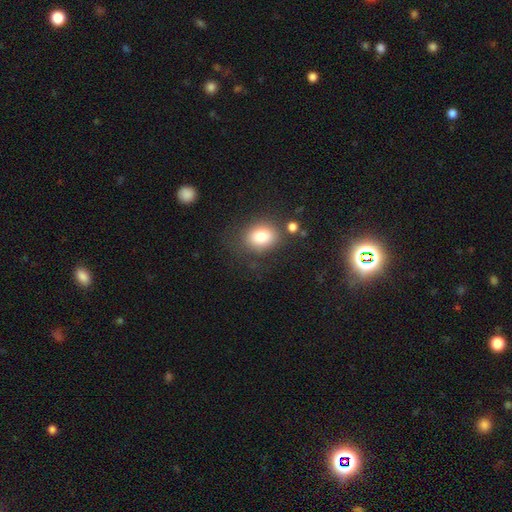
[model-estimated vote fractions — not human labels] Smooth or featured? Predicted: smooth (p=0.59). How rounded? Predicted: round (p=0.62). Merging? Predicted: none (p=0.81).